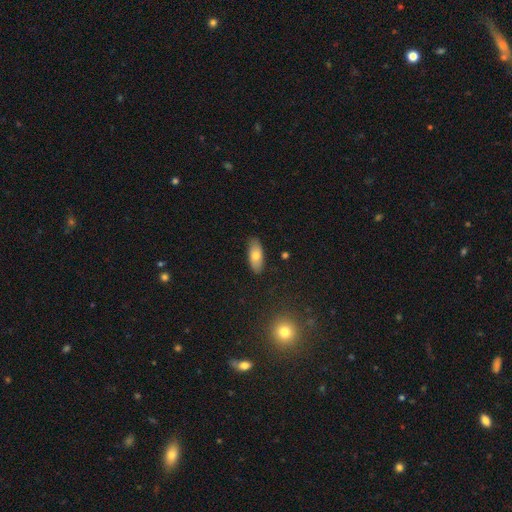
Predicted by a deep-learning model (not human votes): This appears to be a smooth galaxy with no disk features (73%) that is in between round and cigar-shaped (83%). Merging: none (86%).